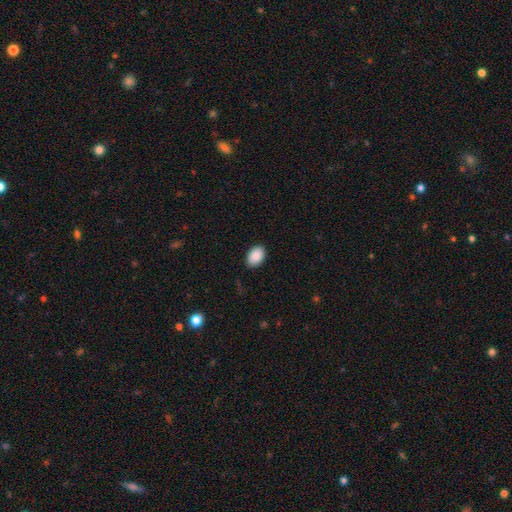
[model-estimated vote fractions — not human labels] Smooth or featured? Predicted: smooth (p=0.90). How rounded? Predicted: in between (p=0.86). Merging? Predicted: none (p=0.88).